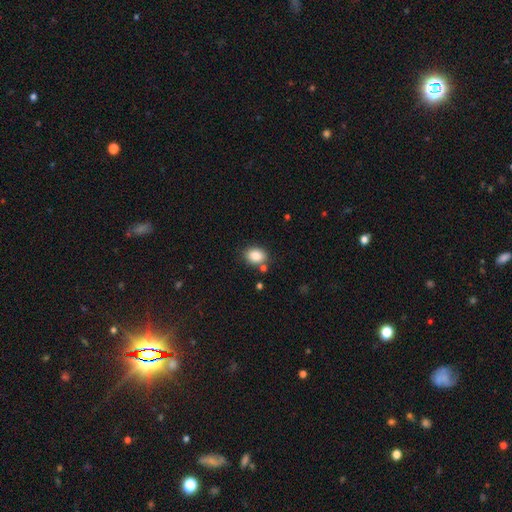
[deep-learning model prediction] This appears to be a smooth galaxy with no disk features (85%) that is in between round and cigar-shaped (61%). Merging: none (77%).